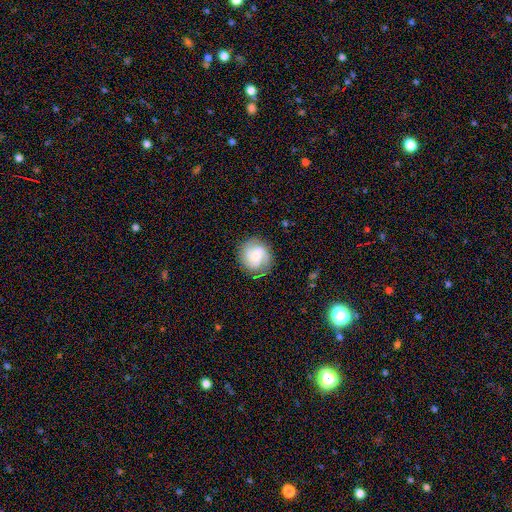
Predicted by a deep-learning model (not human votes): This is likely a featured or disk galaxy (69%). It is clearly not viewed edge-on (98%). Bar: possibly no (56%). Spiral arm pattern: clearly yes (95%). Spiral arm count: marginally 2 (37%). Spiral winding: marginally medium (43%). Central bulge: marginally small (39%). Merging: clearly none (80%).